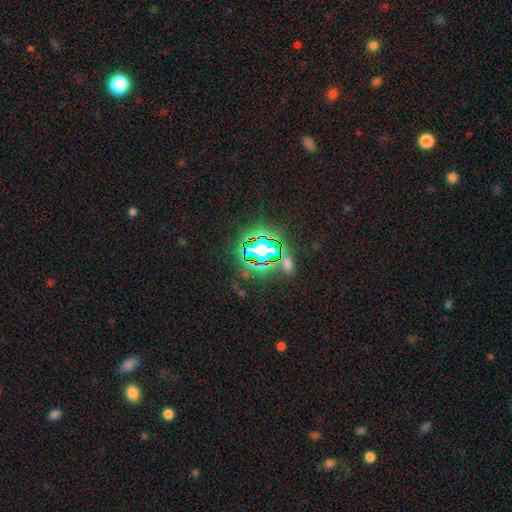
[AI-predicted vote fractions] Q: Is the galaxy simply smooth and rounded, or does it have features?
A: star or artifact — 80%.